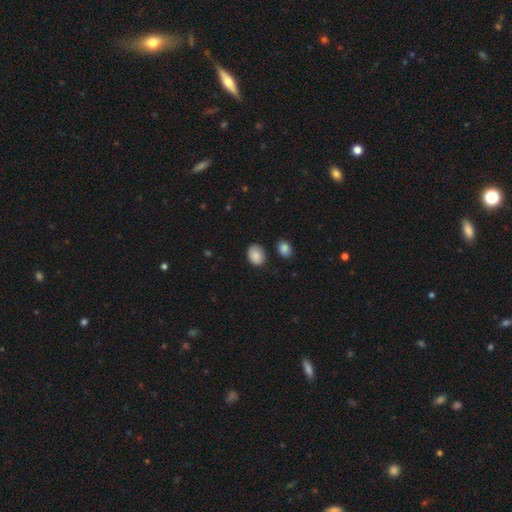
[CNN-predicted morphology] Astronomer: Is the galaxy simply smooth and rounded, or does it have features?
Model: smooth — 87%.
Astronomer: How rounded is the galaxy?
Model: in between — 67%.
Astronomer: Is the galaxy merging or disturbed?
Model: none — 78%.